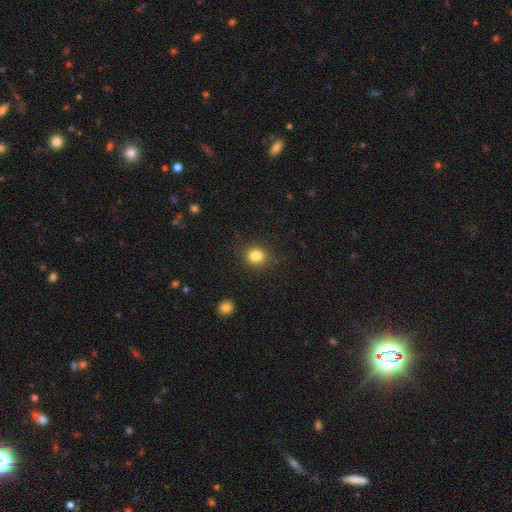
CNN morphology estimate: A smooth galaxy with no disk features (84%) that is round (66%).

Vote fractions:
- Smooth or featured? smooth: 84% / star or artifact: 11% / featured or disk: 5%
- How rounded? round: 66% / in between: 32% / cigar-shaped: 1%
- Merging? none: 80% / minor disturbance: 14% / major disturbance: 4% / merger: 2%